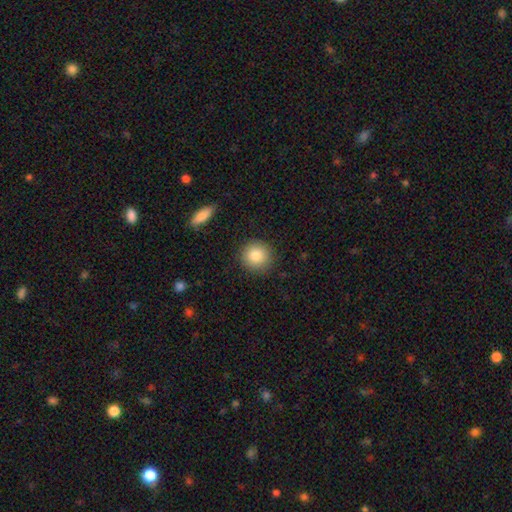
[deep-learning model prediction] Smooth or featured: smooth — 82% (star or artifact — 9%)
How rounded: round — 93% (in between — 6%)
Merging: none — 90% (minor disturbance — 7%)